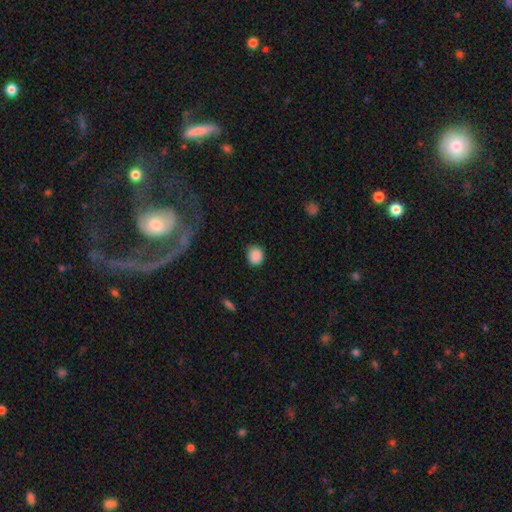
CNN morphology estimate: A smooth galaxy with no disk features (88%) that is round (81%). Merging: none (82%).